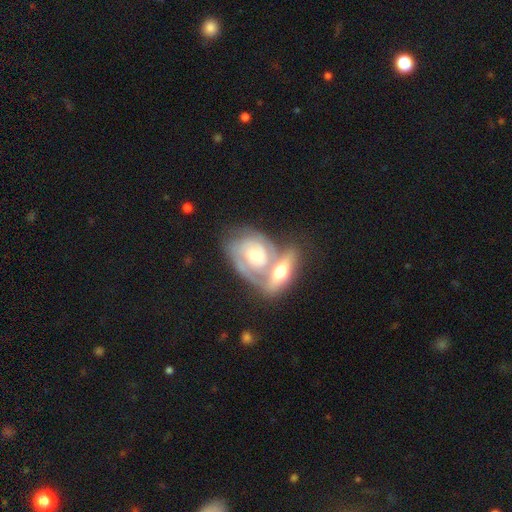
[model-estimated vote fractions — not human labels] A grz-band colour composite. It shows a featured or disk galaxy (77%) with no bar (68%), 2 (45%) tight (66%) spiral arms (85%) and a moderate central bulge (63%). Merging: merger (62%).